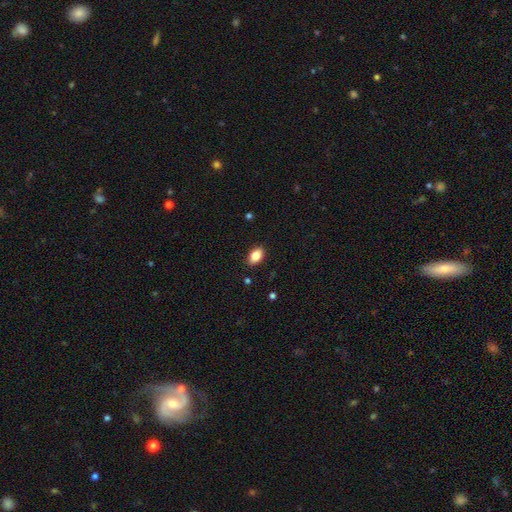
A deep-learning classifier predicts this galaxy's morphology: smooth-or-featured: smooth: 84% | star or artifact: 8% | featured or disk: 8%
  how-rounded: in between: 89% | round: 9% | cigar-shaped: 2%
  merging: none: 88% | minor disturbance: 9% | major disturbance: 2% | merger: 1%